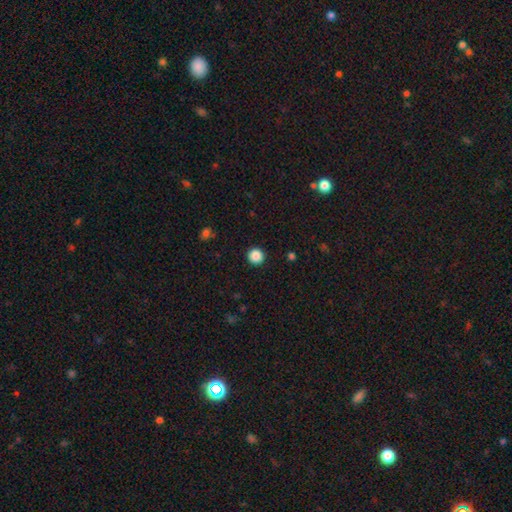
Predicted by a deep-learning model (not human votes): A smooth galaxy with no disk features (87%) that is round (96%).

Vote fractions:
- Smooth or featured? smooth: 87% / star or artifact: 10% / featured or disk: 3%
- How rounded? round: 96% / in between: 3% / cigar-shaped: 1%
- Merging? none: 93% / minor disturbance: 4% / major disturbance: 2% / merger: 1%